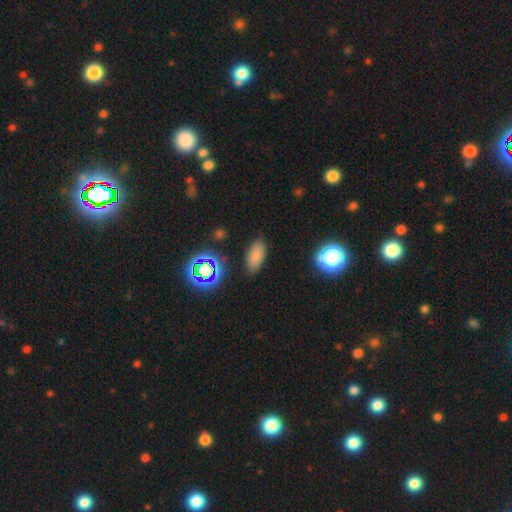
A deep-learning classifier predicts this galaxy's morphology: Q: Smooth or featured?
A: smooth (77%); runner-up: star or artifact (16%)
Q: How rounded?
A: in between (89%); runner-up: cigar-shaped (6%)
Q: Merging?
A: none (83%); runner-up: minor disturbance (11%)